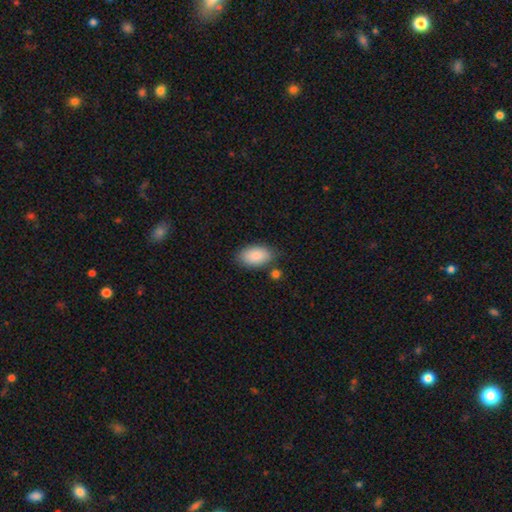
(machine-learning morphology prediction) smooth 87%, star or artifact 6%, featured or disk 6%. Down the decision tree: how rounded — in between (94%); merging — none (74%).